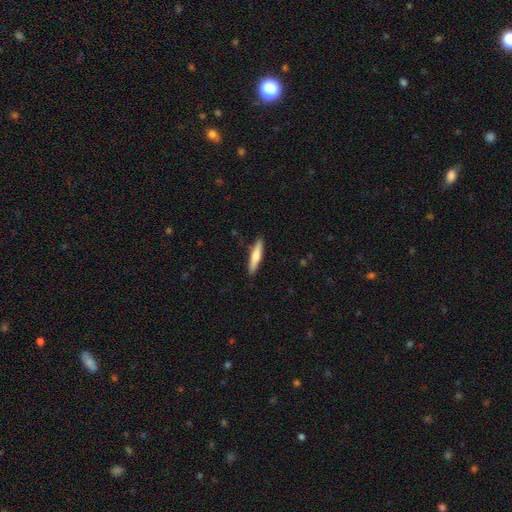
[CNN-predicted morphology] type=smooth (60%); roundness=cigar-shaped (86%); merging=none (89%).